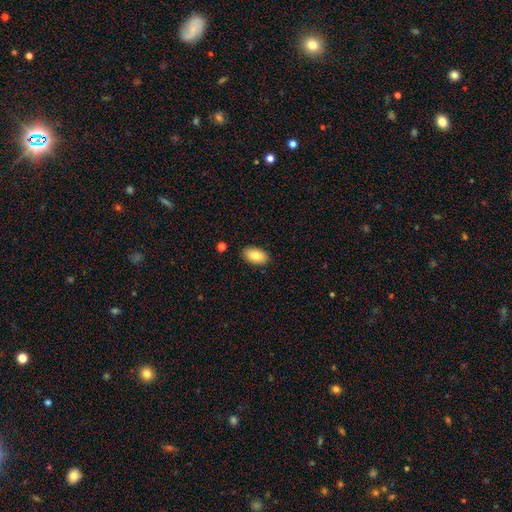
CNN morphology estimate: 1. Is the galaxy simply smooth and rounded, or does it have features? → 82% smooth, 12% featured or disk, 7% star or artifact.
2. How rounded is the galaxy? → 94% in between, 4% round, 2% cigar-shaped.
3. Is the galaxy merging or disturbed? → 87% none, 10% minor disturbance, 2% major disturbance, 1% merger.